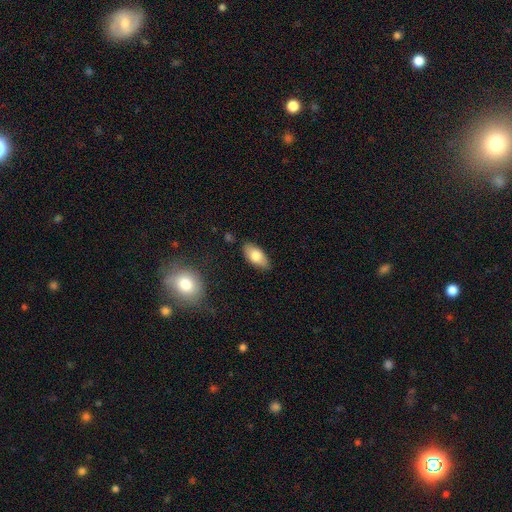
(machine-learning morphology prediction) Smooth or featured?
  - smooth: 77% *
  - featured or disk: 16%
  - star or artifact: 7%
How rounded?
  - in between: 90% *
  - cigar-shaped: 7%
  - round: 3%
Merging?
  - none: 83% *
  - minor disturbance: 13%
  - major disturbance: 3%
  - merger: 2%